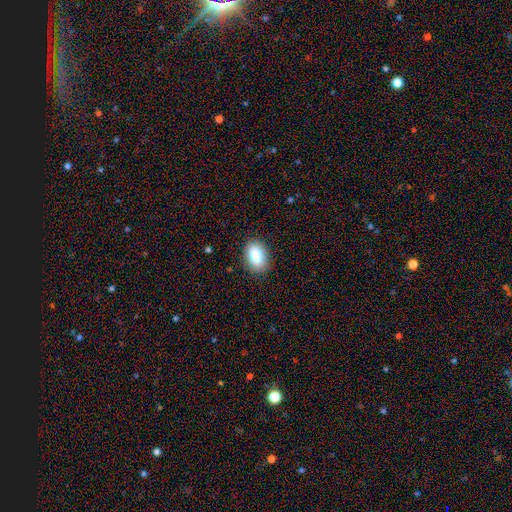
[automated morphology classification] type=smooth (84%); roundness=in between (85%); merging=none (87%).